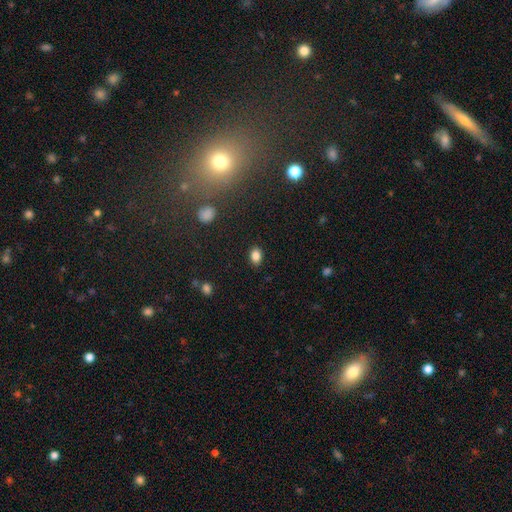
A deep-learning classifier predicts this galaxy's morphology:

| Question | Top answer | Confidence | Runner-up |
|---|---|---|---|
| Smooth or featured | smooth | 85% | star or artifact (10%) |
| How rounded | in between | 74% | round (24%) |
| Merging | none | 87% | minor disturbance (9%) |